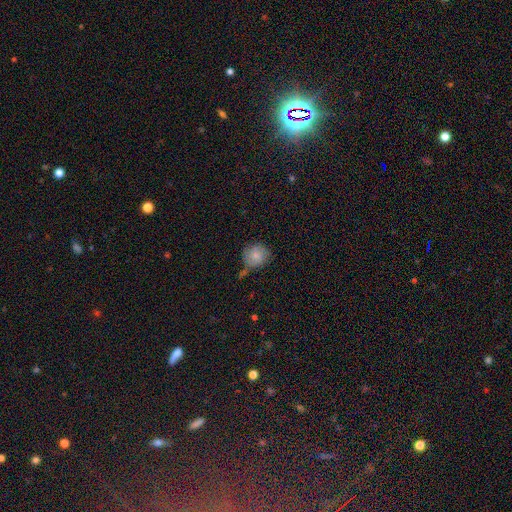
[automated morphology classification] smooth-or-featured: smooth: 73% | featured or disk: 18% | star or artifact: 8%
  how-rounded: round: 85% | in between: 14% | cigar-shaped: 1%
  merging: none: 58% | minor disturbance: 26% | merger: 9% | major disturbance: 7%